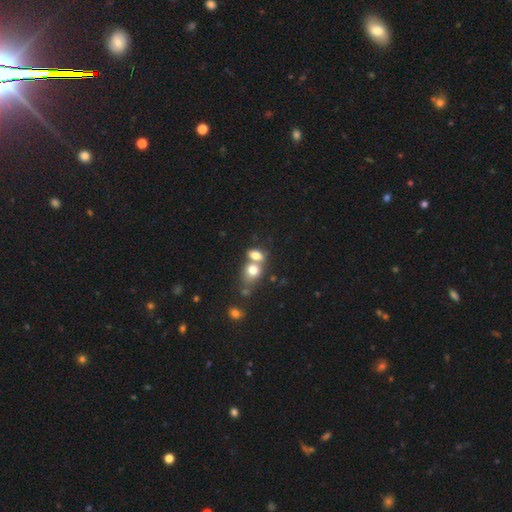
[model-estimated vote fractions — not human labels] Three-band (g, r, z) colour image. It shows a smooth galaxy with no disk features (74%) that is in between round and cigar-shaped (71%). Merging: merger (57%).